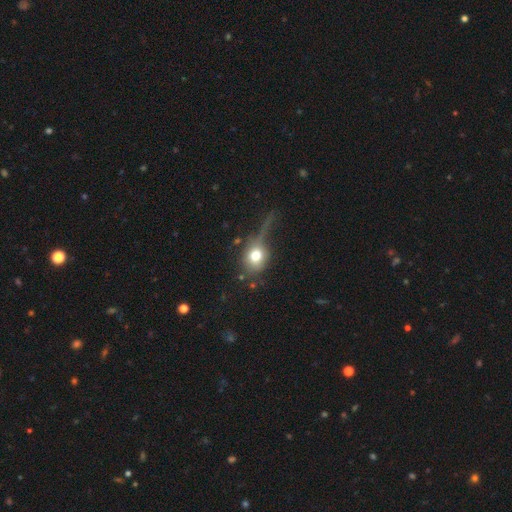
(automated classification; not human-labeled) A smooth galaxy with no disk features (69%) that is round (63%). Merging: none (42%).